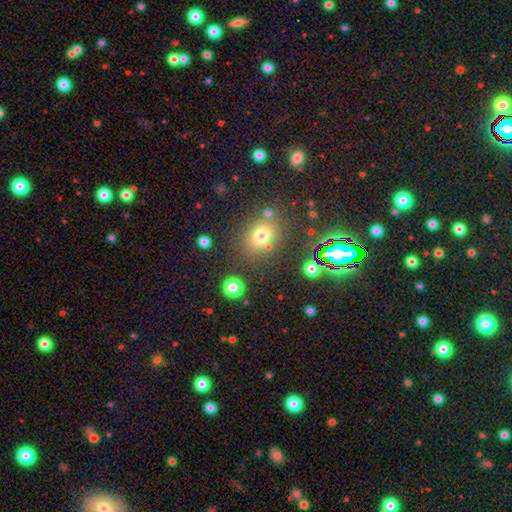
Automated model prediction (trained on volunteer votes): This appears to be a smooth galaxy with no disk features (50%) that is round (73%). Merging: none (85%).